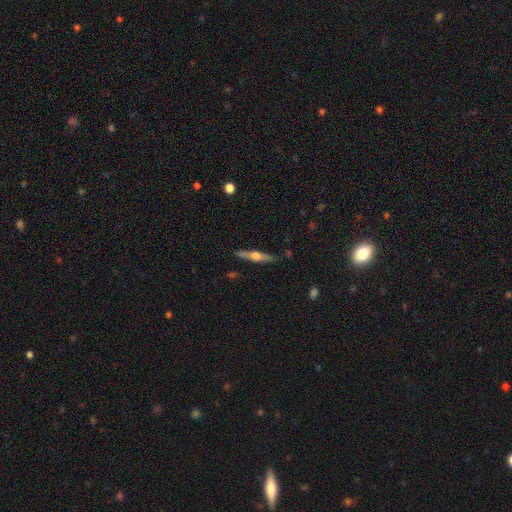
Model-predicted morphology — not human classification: type=featured or disk (66%); edge-on=yes (97%); edge-on bulge=rounded (92%); merging=none (87%).